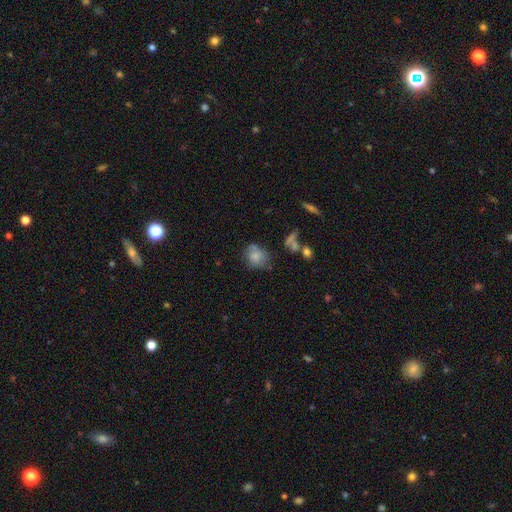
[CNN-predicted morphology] smooth-or-featured: smooth: 71% | featured or disk: 18% | star or artifact: 11%
  how-rounded: round: 61% | in between: 38% | cigar-shaped: 1%
  merging: none: 48% | minor disturbance: 27% | major disturbance: 14% | merger: 12%